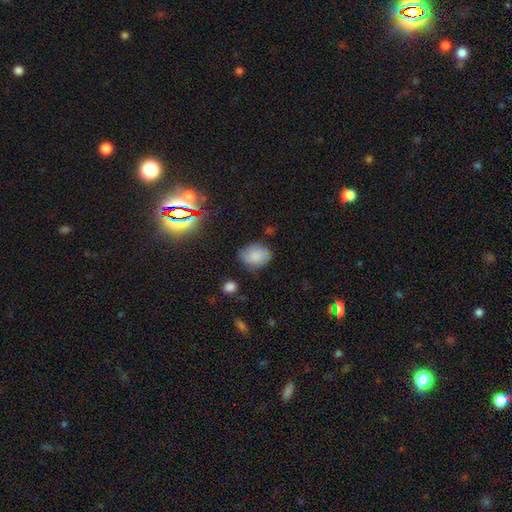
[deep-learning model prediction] Smooth or featured?
  - smooth: 79% *
  - star or artifact: 12%
  - featured or disk: 10%
How rounded?
  - in between: 56% *
  - round: 43%
  - cigar-shaped: 1%
Merging?
  - none: 70% *
  - minor disturbance: 22%
  - major disturbance: 6%
  - merger: 3%